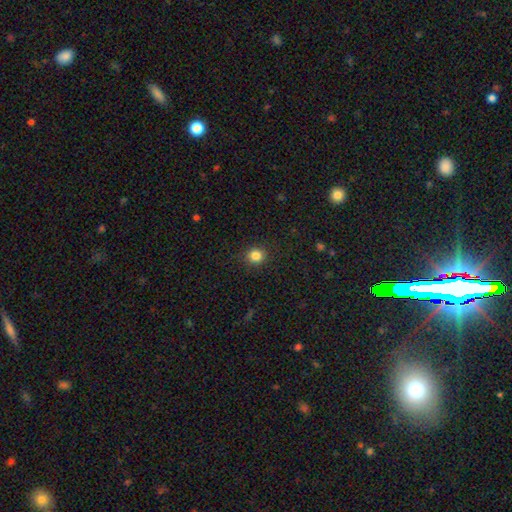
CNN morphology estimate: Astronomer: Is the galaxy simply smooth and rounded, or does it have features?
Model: smooth — 84%.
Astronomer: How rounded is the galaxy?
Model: round — 90%.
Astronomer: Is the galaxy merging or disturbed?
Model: none — 90%.